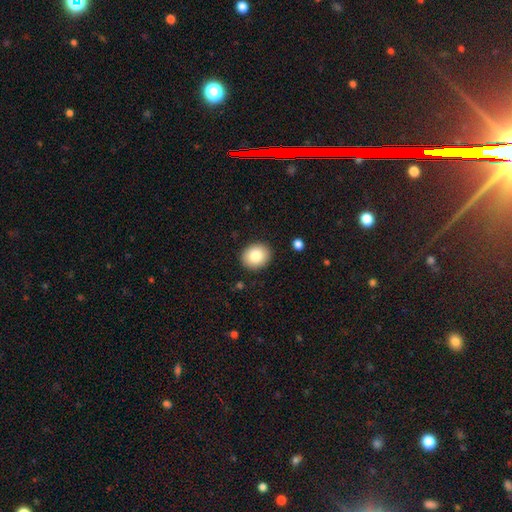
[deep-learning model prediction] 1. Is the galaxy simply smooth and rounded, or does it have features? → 83% smooth, 9% featured or disk, 8% star or artifact.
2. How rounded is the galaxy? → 60% round, 39% in between, 1% cigar-shaped.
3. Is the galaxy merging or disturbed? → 90% none, 7% minor disturbance, 2% major disturbance, 1% merger.